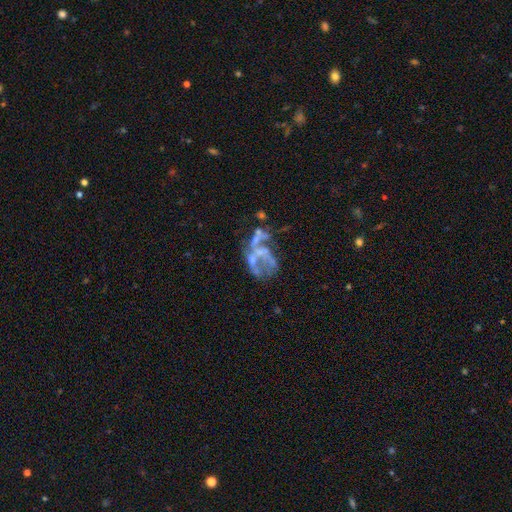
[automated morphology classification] Overall: featured or disk (68%). Edge-on disk: no (98%). Bar: no (80%). Spiral arms: no (71%). Bulge size: none (61%; small 25%). Merging: major disturbance (35%; none 31%).